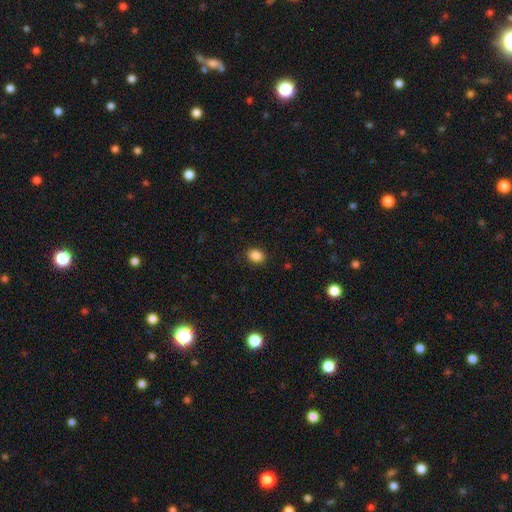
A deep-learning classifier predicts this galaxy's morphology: smooth_or_featured: smooth (p=0.87) [alt: star or artifact p=0.09]
how_rounded: in between (p=0.63) [alt: round p=0.36]
merging: none (p=0.89) [alt: minor disturbance p=0.08]